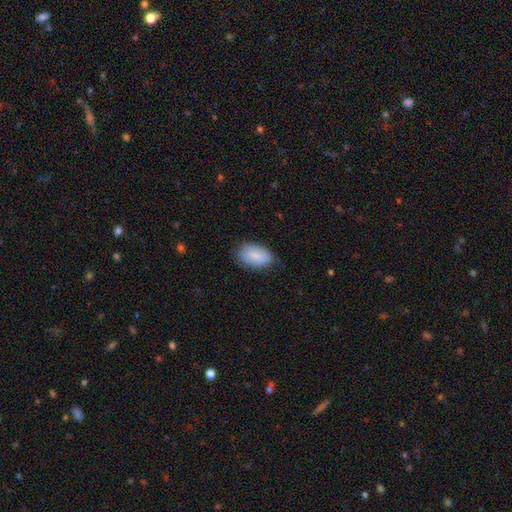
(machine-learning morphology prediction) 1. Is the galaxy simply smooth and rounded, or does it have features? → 87% smooth, 7% featured or disk, 6% star or artifact.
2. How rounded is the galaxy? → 92% in between, 6% round, 1% cigar-shaped.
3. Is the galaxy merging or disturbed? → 77% none, 19% minor disturbance, 4% major disturbance, 1% merger.